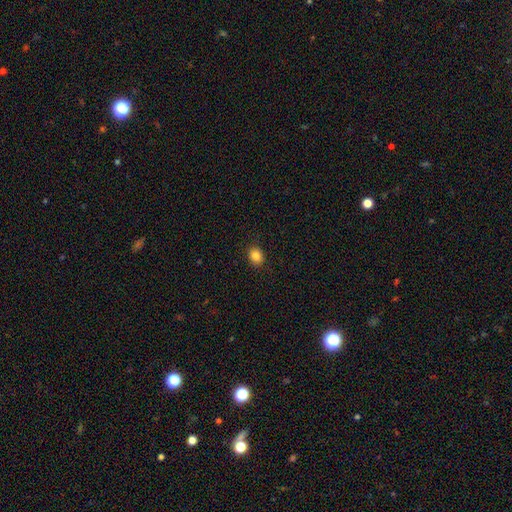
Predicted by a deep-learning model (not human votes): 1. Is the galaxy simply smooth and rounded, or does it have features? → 85% smooth, 10% star or artifact, 4% featured or disk.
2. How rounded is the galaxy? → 56% round, 43% in between, 1% cigar-shaped.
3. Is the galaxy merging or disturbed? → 90% none, 7% minor disturbance, 2% major disturbance, 1% merger.